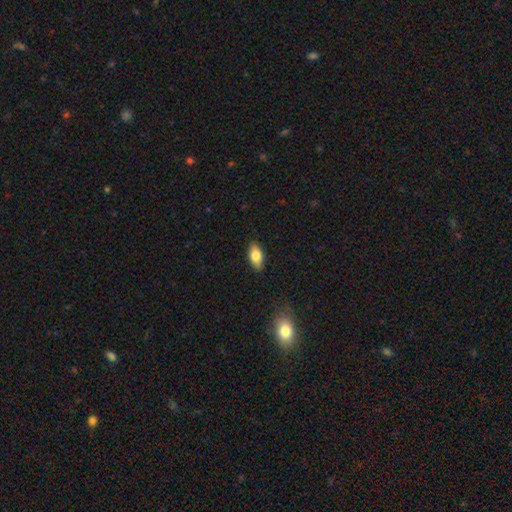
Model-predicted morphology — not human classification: Smooth or featured? smooth (78%)
How rounded? in between (89%)
Merging? none (87%)